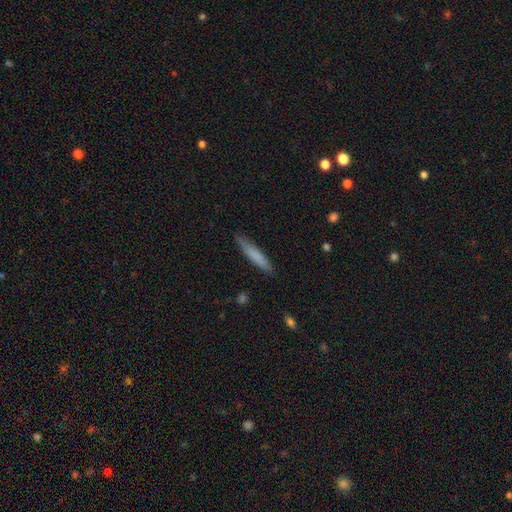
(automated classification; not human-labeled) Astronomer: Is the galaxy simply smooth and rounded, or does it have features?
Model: smooth — 76%.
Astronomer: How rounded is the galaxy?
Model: cigar-shaped — 91%.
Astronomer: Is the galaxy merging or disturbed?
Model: none — 85%.